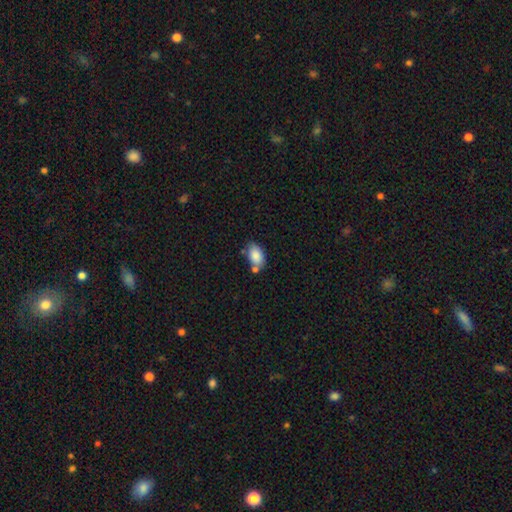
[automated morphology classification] This is clearly a smooth galaxy (85%). How rounded: clearly in between (90%). Merging: possibly none (59%).